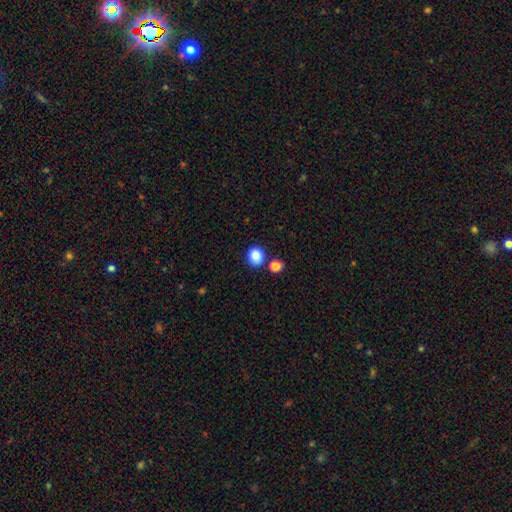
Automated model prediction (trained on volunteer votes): smooth 86%, star or artifact 10%, featured or disk 4%. Down the decision tree: how rounded — round (72%); merging — none (79%).